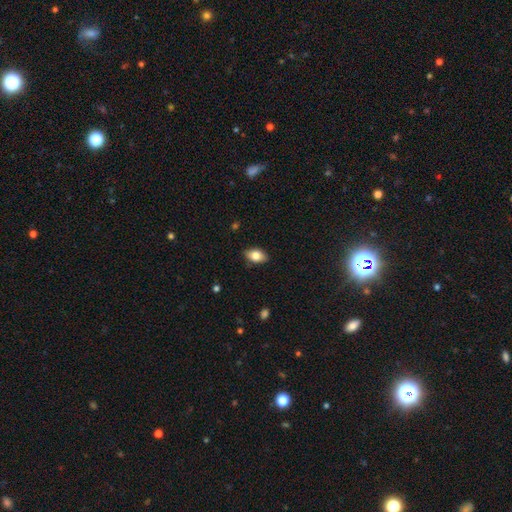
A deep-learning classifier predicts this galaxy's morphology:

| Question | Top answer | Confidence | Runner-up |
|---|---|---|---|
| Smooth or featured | smooth | 78% | featured or disk (14%) |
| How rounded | in between | 88% | round (9%) |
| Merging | none | 85% | minor disturbance (12%) |